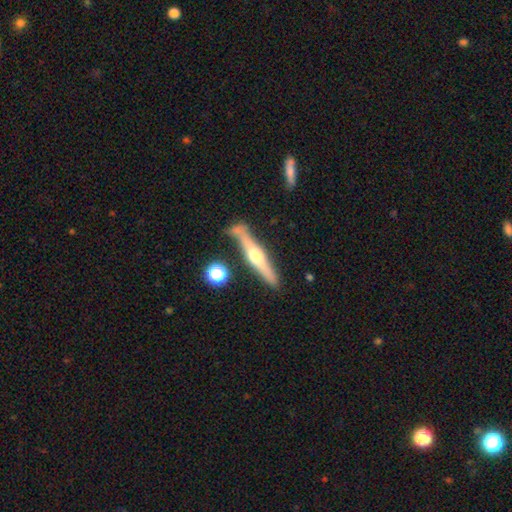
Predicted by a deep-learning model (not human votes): A featured or disk galaxy (66%) viewed edge-on (95%) with a rounded central bulge (92%).

Vote fractions:
- Smooth or featured? featured or disk: 66% / smooth: 29% / star or artifact: 6%
- Edge-on disk? yes: 95% / no: 5%
- Edge-on bulge? rounded: 92% / none: 4% / boxy: 4%
- Merging? none: 74% / minor disturbance: 15% / merger: 7% / major disturbance: 4%